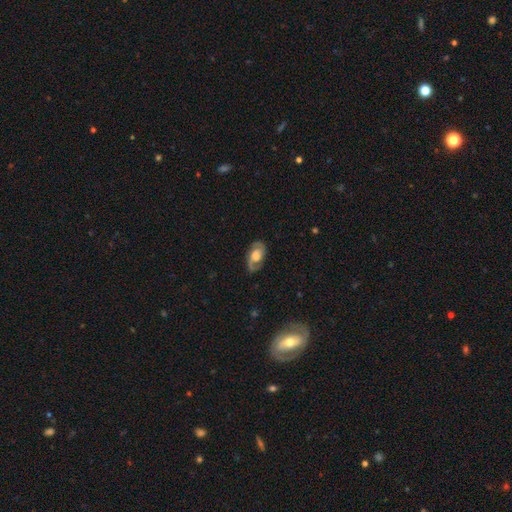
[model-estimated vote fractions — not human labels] This appears to be a featured or disk galaxy (76%) with no bar (62%), 2 (88%) medium (51%) spiral arms (90%) and a large central bulge (45%). Merging: none (79%).